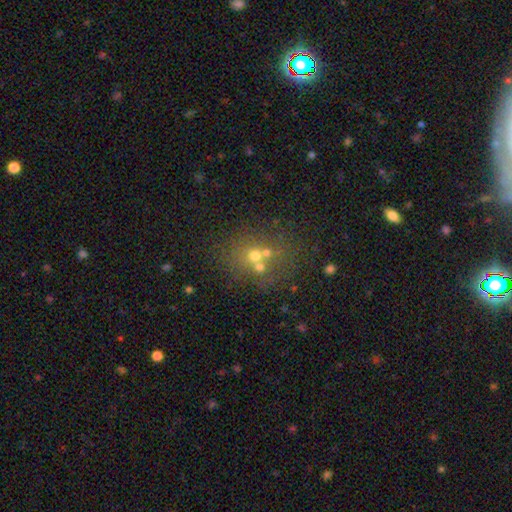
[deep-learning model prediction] A smooth galaxy with no disk features (54%) that is round (77%).

Vote fractions:
- Smooth or featured? smooth: 54% / featured or disk: 24% / star or artifact: 22%
- How rounded? round: 77% / in between: 22% / cigar-shaped: 1%
- Merging? none: 44% / merger: 42% / minor disturbance: 8% / major disturbance: 5%